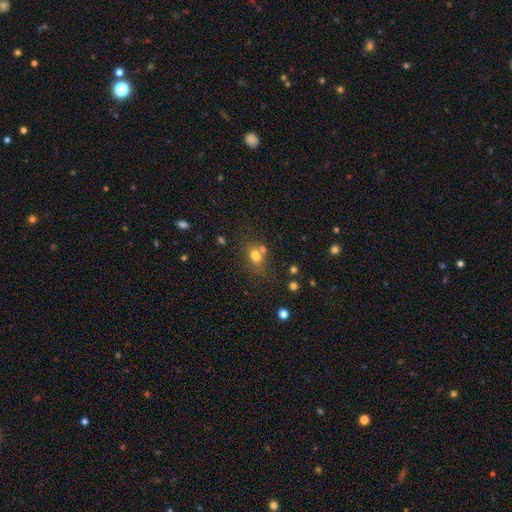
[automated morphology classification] smooth-or-featured: smooth: 74% | star or artifact: 14% | featured or disk: 12%
  how-rounded: in between: 58% | round: 40% | cigar-shaped: 2%
  merging: none: 53% | merger: 26% | minor disturbance: 15% | major disturbance: 6%